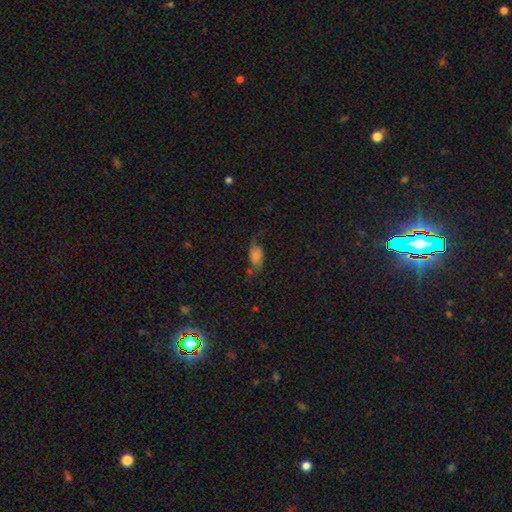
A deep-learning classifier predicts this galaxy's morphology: A smooth galaxy with no disk features (47%).

Vote fractions:
- Smooth or featured? smooth: 47% / featured or disk: 39% / star or artifact: 14%
- Merging? none: 49% / minor disturbance: 26% / major disturbance: 21% / merger: 4%